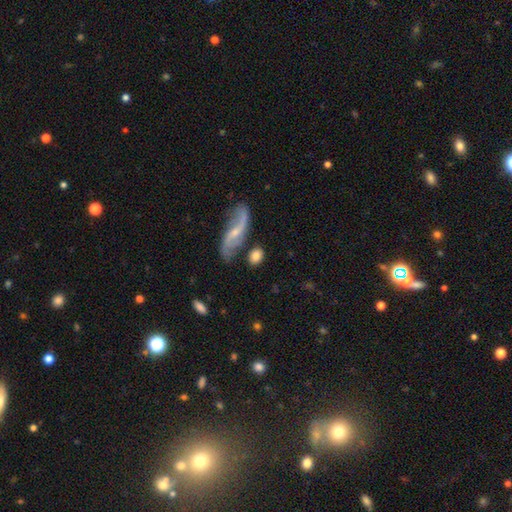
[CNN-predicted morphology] Smooth or featured: smooth — 64% (featured or disk — 29%)
How rounded: in between — 64% (round — 30%)
Merging: none — 66% (minor disturbance — 16%)